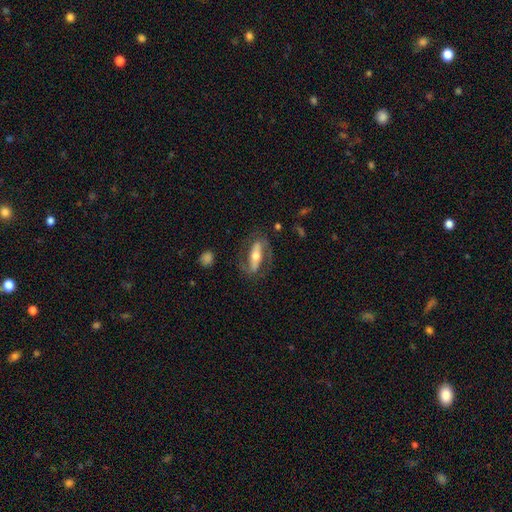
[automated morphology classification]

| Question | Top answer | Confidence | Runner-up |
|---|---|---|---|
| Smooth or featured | featured or disk | 71% | smooth (24%) |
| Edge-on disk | no | 74% | yes (26%) |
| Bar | strong | 64% | no (20%) |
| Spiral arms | yes | 72% | no (28%) |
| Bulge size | moderate | 63% | small (21%) |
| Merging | none | 72% | minor disturbance (15%) |